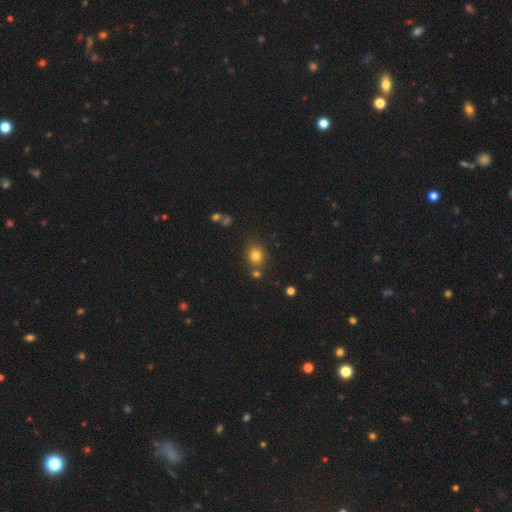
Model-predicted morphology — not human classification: A smooth galaxy with no disk features (79%) that is round (66%). Merging: none (74%).